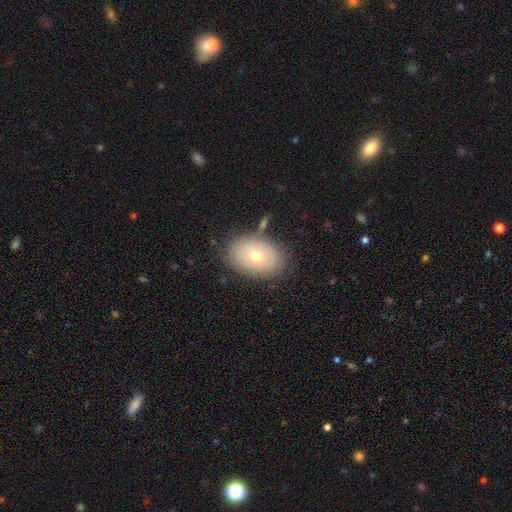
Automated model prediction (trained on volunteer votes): Smooth or featured? Predicted: smooth (p=0.66). How rounded? Predicted: in between (p=0.83). Merging? Predicted: none (p=0.79).